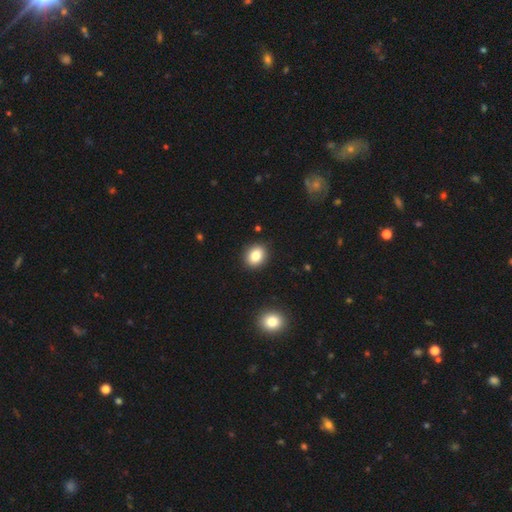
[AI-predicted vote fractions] This appears to be a smooth galaxy with no disk features (83%) that is round (56%). Merging: none (90%).